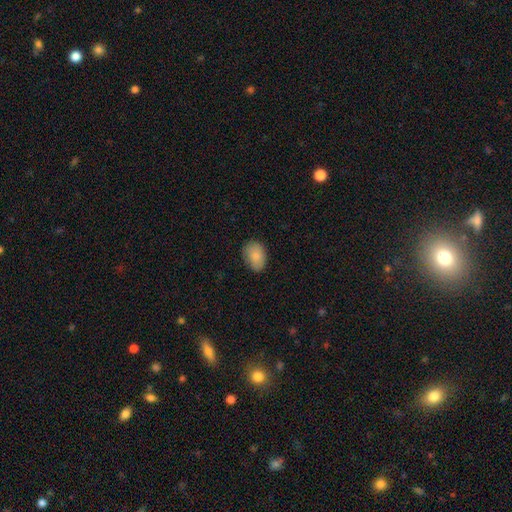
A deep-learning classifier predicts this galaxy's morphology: This appears to be a smooth galaxy with no disk features (86%) that is in between round and cigar-shaped (78%). Merging: none (79%).